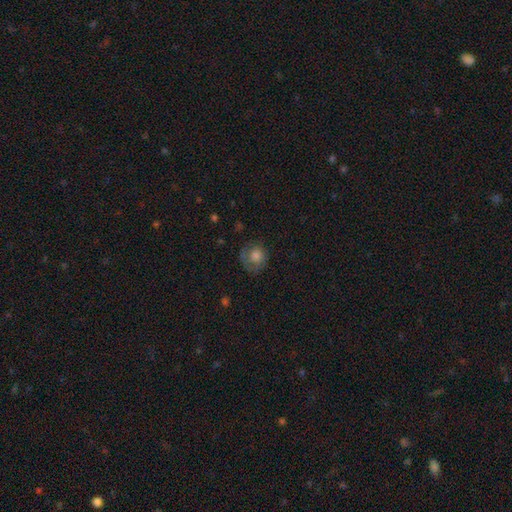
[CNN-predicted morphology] smooth-or-featured: smooth: 66% | featured or disk: 23% | star or artifact: 11%
  how-rounded: round: 81% | in between: 18% | cigar-shaped: 1%
  merging: none: 60% | minor disturbance: 23% | major disturbance: 16% | merger: 1%